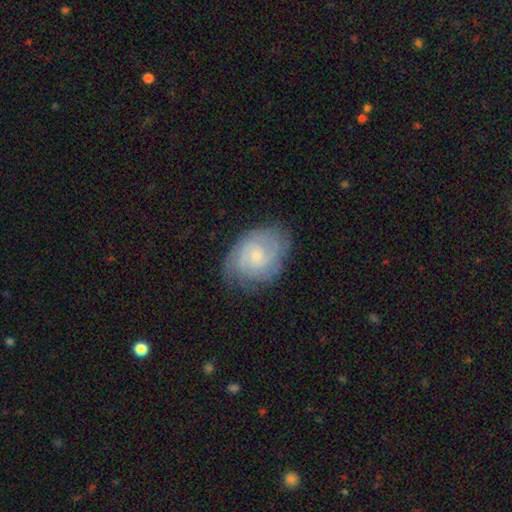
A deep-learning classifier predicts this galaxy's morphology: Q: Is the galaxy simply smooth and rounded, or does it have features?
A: featured or disk — 75%.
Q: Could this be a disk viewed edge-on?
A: no — 97%.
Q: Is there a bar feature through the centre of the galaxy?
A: no — 66%.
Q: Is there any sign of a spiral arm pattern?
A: yes — 94%.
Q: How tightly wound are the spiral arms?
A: tight — 64%.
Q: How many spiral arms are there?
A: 2 — 35%.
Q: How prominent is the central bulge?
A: small — 69%.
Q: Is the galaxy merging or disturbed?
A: none — 75%.